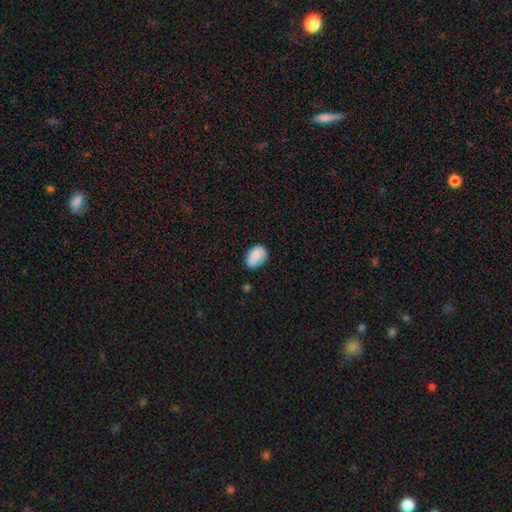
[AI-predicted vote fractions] Q: Smooth or featured?
A: smooth (80%); runner-up: featured or disk (13%)
Q: How rounded?
A: in between (81%); runner-up: round (18%)
Q: Merging?
A: none (66%); runner-up: minor disturbance (26%)